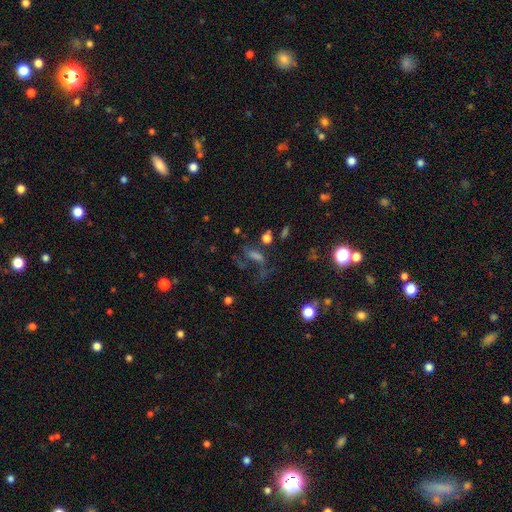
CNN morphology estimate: featured or disk 37%, star or artifact 33%, smooth 30%. Down the decision tree: merging — none (43%).